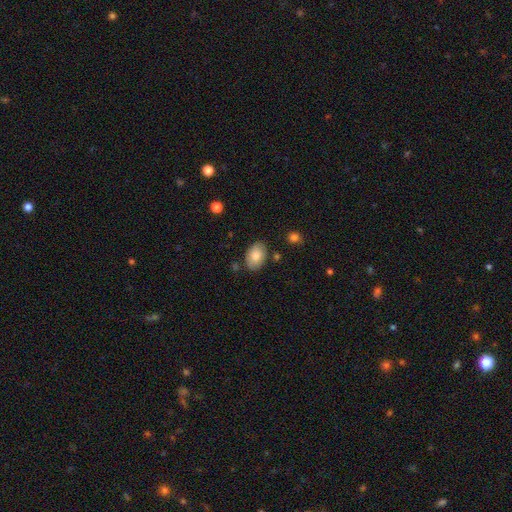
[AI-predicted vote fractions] This appears to be a smooth galaxy with no disk features (83%) that is in between round and cigar-shaped (89%). Merging: none (80%).